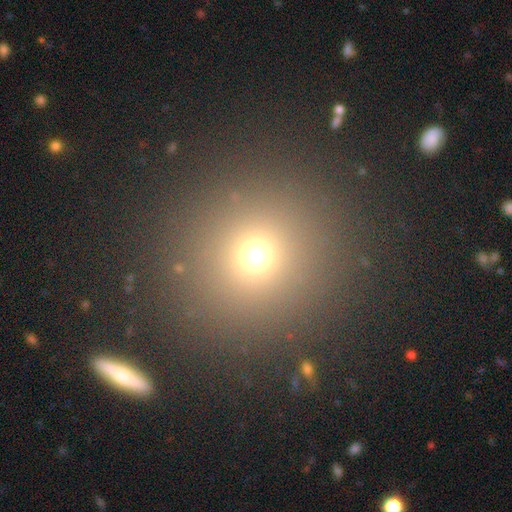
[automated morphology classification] Smooth or featured?
  - smooth: 68% *
  - star or artifact: 24%
  - featured or disk: 9%
How rounded?
  - round: 92% *
  - in between: 7%
  - cigar-shaped: 1%
Merging?
  - none: 87% *
  - minor disturbance: 6%
  - major disturbance: 4%
  - merger: 3%